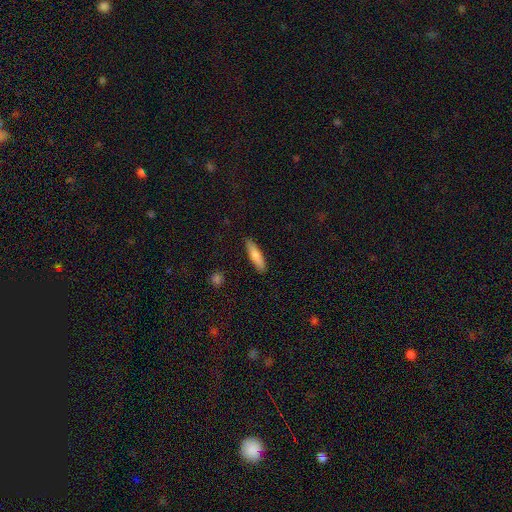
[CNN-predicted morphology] This is likely a smooth galaxy (76%). How rounded: clearly cigar-shaped (81%). Merging: clearly none (89%).